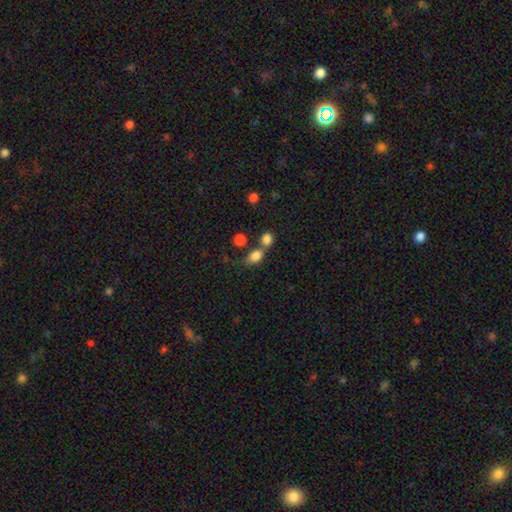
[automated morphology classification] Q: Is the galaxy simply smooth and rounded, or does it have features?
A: smooth — 83%.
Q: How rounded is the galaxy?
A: in between — 68%.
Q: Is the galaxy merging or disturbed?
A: none — 44%.